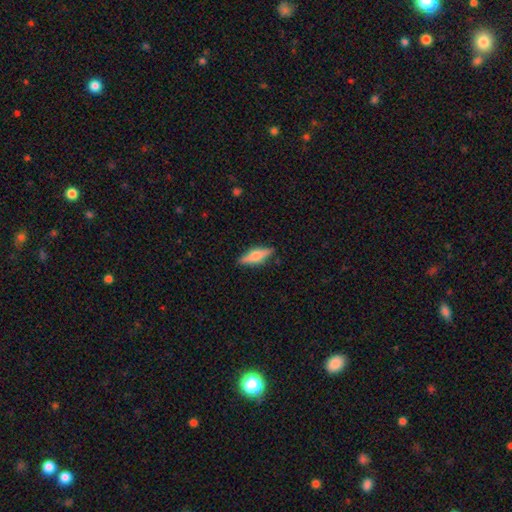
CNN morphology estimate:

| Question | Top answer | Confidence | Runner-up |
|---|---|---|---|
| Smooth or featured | featured or disk | 48% | smooth (45%) |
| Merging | none | 87% | minor disturbance (10%) |